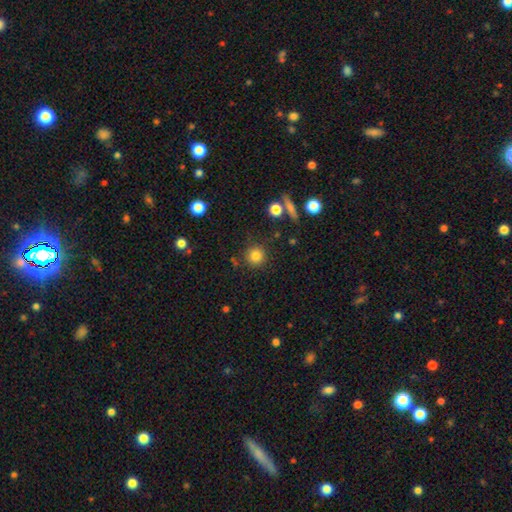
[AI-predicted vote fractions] Morphology: type=smooth (81%); roundness=round (93%); merging=none (84%).